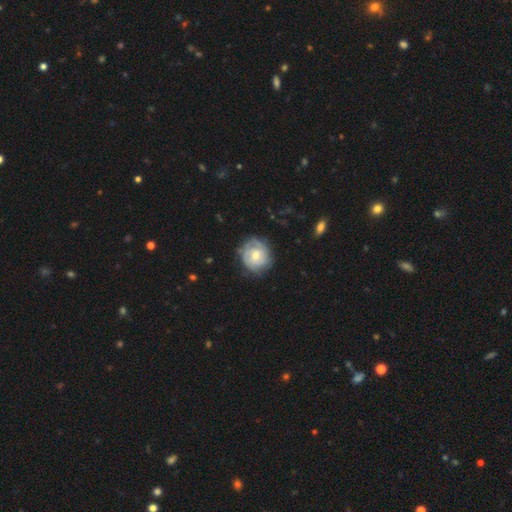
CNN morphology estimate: featured or disk 59%, smooth 35%, star or artifact 6%. Down the decision tree: edge-on disk — no (97%); bar — no (73%); spiral arms — yes (77%); bulge size — moderate (60%); merging — none (69%).